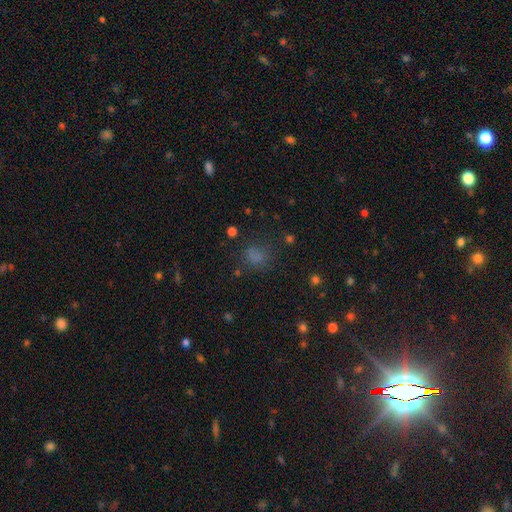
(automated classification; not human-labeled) A smooth galaxy with no disk features (68%) that is round (57%). Merging: none (65%).